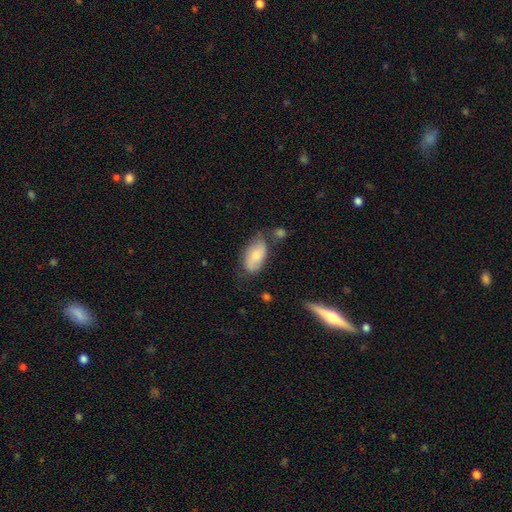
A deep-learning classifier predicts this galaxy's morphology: Smooth or featured? smooth (70%)
How rounded? in between (93%)
Merging? none (58%)